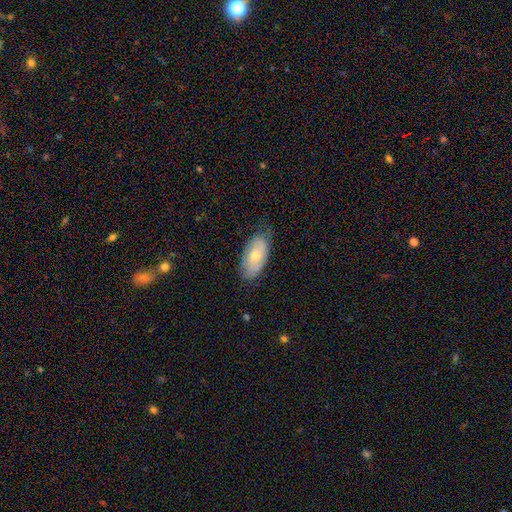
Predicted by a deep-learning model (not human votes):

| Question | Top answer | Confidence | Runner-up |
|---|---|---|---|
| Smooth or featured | smooth | 55% | featured or disk (39%) |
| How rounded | in between | 91% | cigar-shaped (5%) |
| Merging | none | 68% | minor disturbance (26%) |